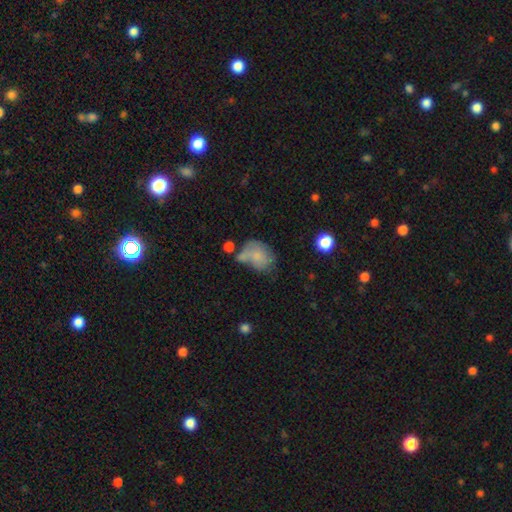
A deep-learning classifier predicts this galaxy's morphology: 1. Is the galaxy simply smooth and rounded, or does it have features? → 69% smooth, 21% featured or disk, 10% star or artifact.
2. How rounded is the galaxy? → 64% in between, 34% round, 1% cigar-shaped.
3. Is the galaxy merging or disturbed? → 32% none, 28% minor disturbance, 20% merger, 20% major disturbance.